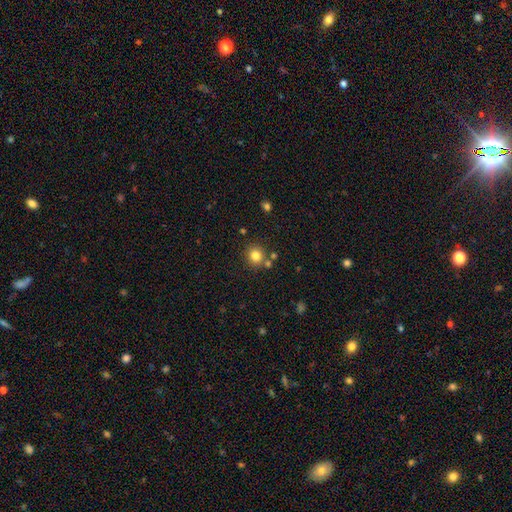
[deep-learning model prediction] The model was most divided on "smooth or featured": smooth: 81%, star or artifact: 13%, featured or disk: 7%. More confident: how rounded — round (90%); merging — none (80%).